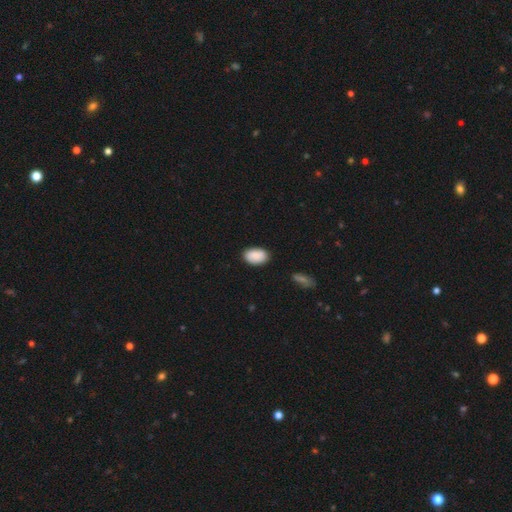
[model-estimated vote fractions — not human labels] smooth_or_featured: smooth (p=0.89) [alt: star or artifact p=0.06]
how_rounded: in between (p=0.92) [alt: round p=0.07]
merging: none (p=0.85) [alt: minor disturbance p=0.11]